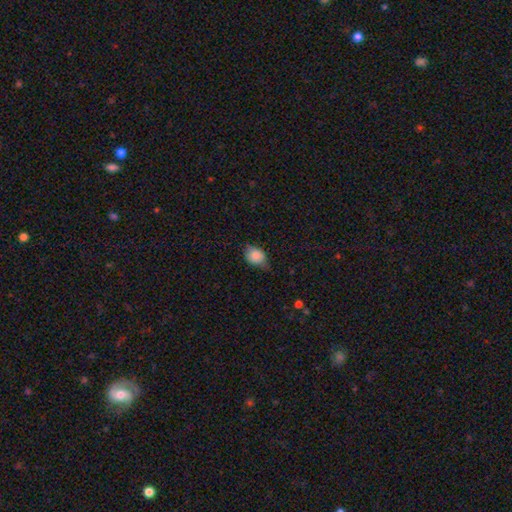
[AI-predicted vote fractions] Morphology: type=smooth (77%); roundness=in between (57%); merging=none (51%).